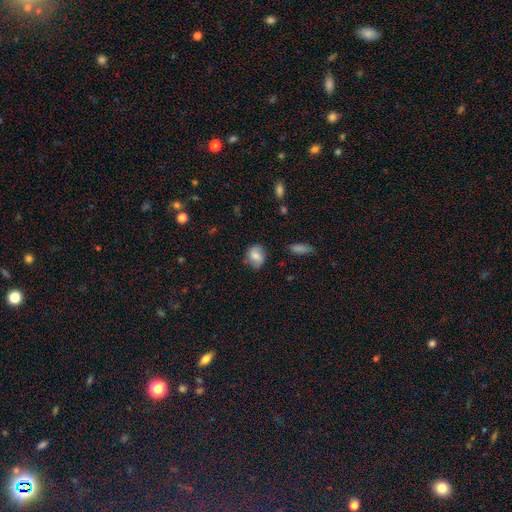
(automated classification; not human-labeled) This appears to be a smooth galaxy with no disk features (64%) that is in between round and cigar-shaped (51%). Merging: none (72%).